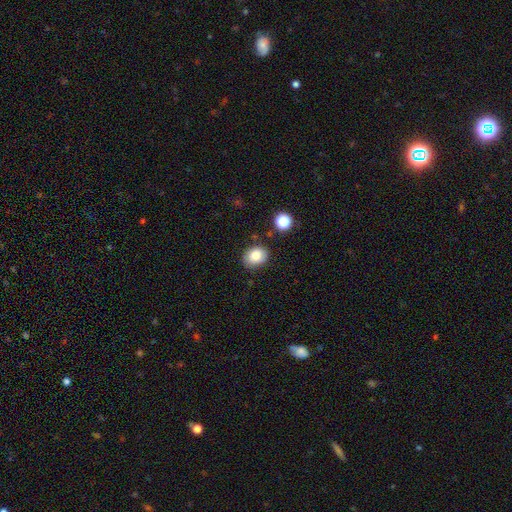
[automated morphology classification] A smooth galaxy with no disk features (82%) that is in between round and cigar-shaped (60%).

Vote fractions:
- Smooth or featured? smooth: 82% / star or artifact: 10% / featured or disk: 8%
- How rounded? in between: 60% / round: 39% / cigar-shaped: 1%
- Merging? none: 80% / minor disturbance: 14% / merger: 3% / major disturbance: 3%